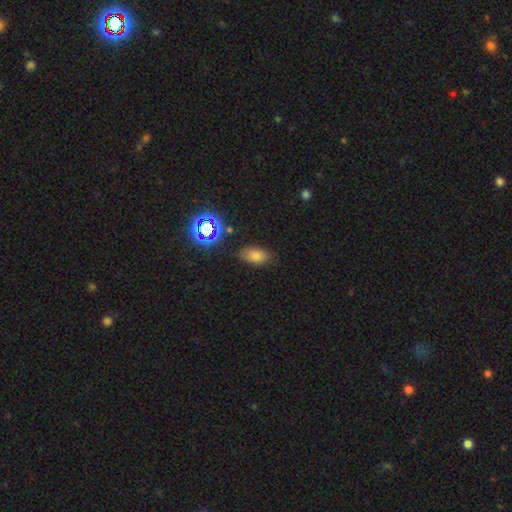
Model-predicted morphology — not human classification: Smooth or featured?
  - smooth: 68% *
  - star or artifact: 22%
  - featured or disk: 10%
How rounded?
  - in between: 89% *
  - round: 9%
  - cigar-shaped: 2%
Merging?
  - none: 81% *
  - minor disturbance: 13%
  - major disturbance: 4%
  - merger: 2%